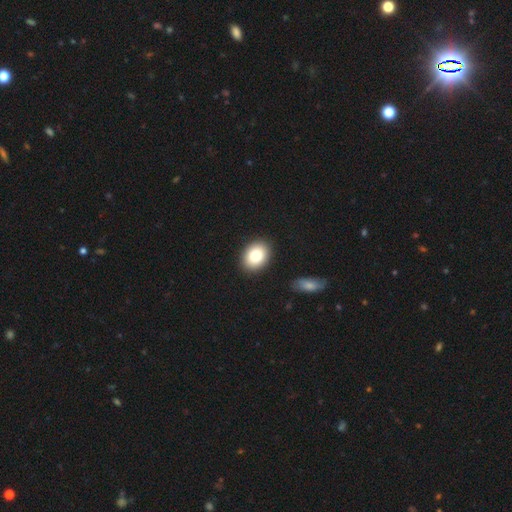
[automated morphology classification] The model was most divided on "how rounded": in between: 60%, round: 39%, cigar-shaped: 1%. More confident: merging — none (89%); smooth or featured — smooth (80%).